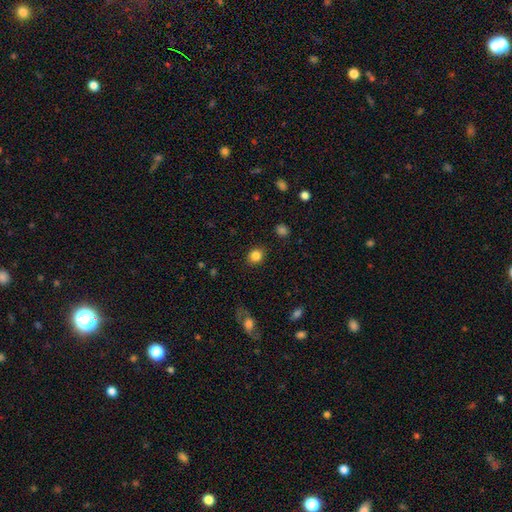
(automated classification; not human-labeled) Overall: smooth (84%). How rounded: round (71%). Merging: none (88%).